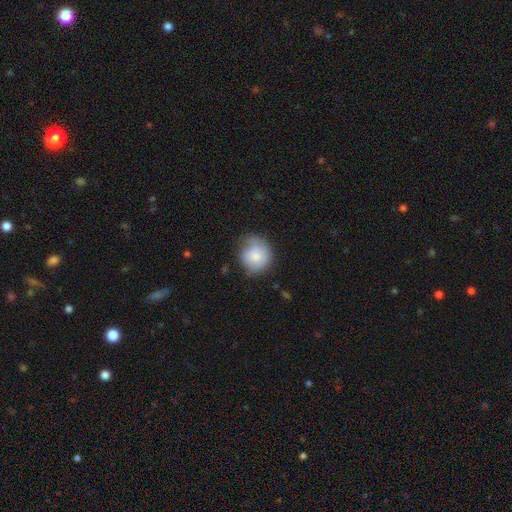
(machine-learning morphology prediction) smooth-or-featured: smooth: 74% | featured or disk: 19% | star or artifact: 7%
  how-rounded: round: 83% | in between: 16% | cigar-shaped: 1%
  merging: none: 57% | minor disturbance: 31% | major disturbance: 10% | merger: 2%